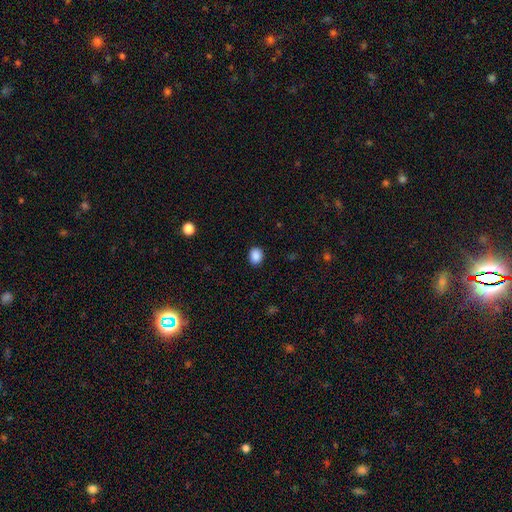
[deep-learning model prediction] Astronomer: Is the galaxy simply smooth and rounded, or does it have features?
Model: smooth — 88%.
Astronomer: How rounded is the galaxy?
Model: round — 53% (runner-up: in between, 46%).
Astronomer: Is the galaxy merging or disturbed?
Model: none — 89%.